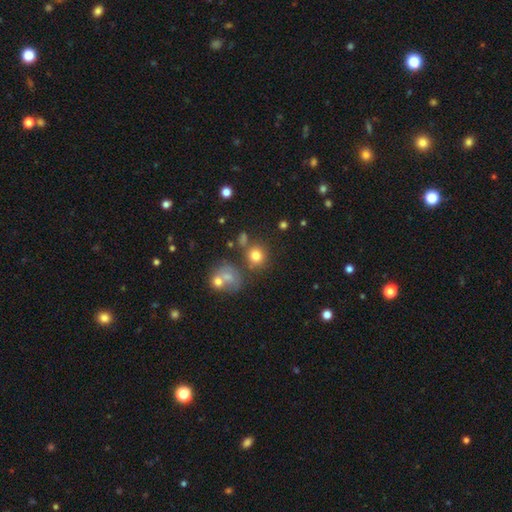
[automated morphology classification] Smooth or featured: smooth — 76% (star or artifact — 14%)
How rounded: round — 85% (in between — 14%)
Merging: none — 69% (merger — 15%)